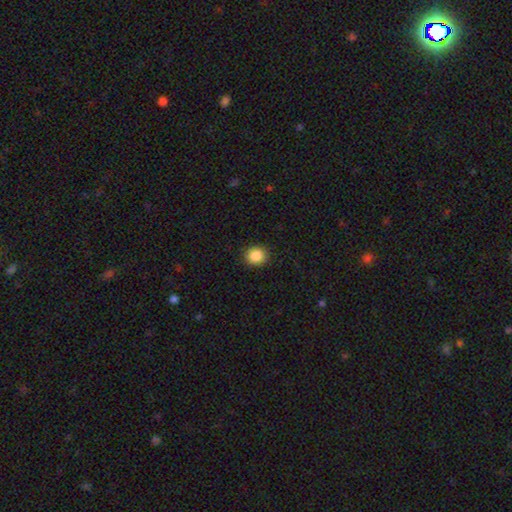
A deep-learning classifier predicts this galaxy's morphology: This is clearly a smooth galaxy (86%). How rounded: clearly round (82%). Merging: clearly none (90%).